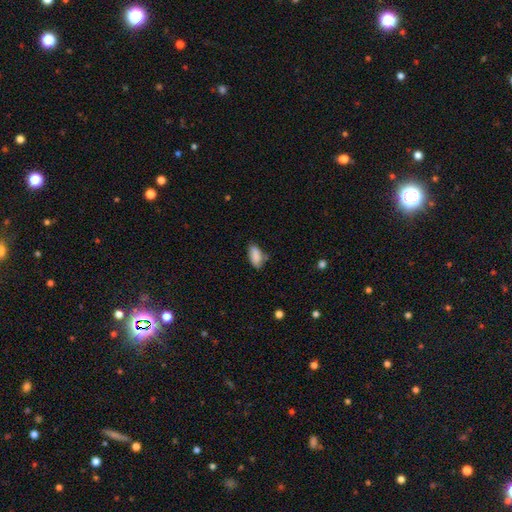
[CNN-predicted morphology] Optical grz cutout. It shows a smooth galaxy with no disk features (87%) that is in between round and cigar-shaped (87%). Merging: none (67%).